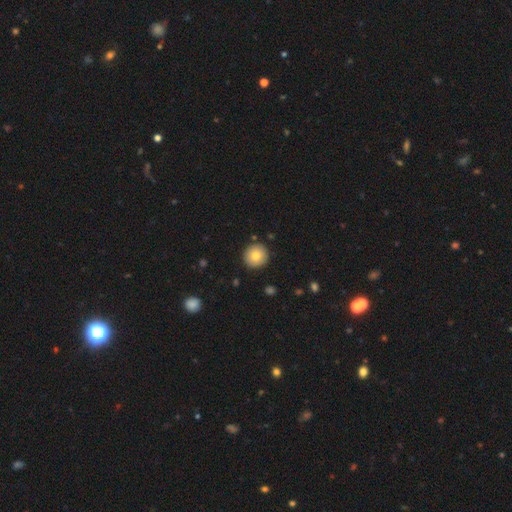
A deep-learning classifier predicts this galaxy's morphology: Smooth or featured? smooth (81%)
How rounded? round (95%)
Merging? none (91%)